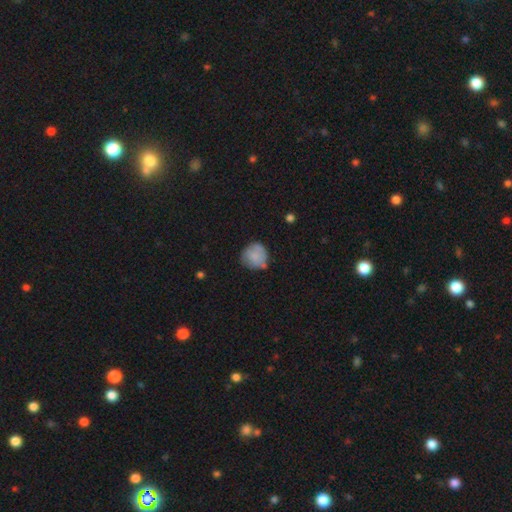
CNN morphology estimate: smooth 74%, featured or disk 18%, star or artifact 8%. Down the decision tree: how rounded — round (87%); merging — none (62%).